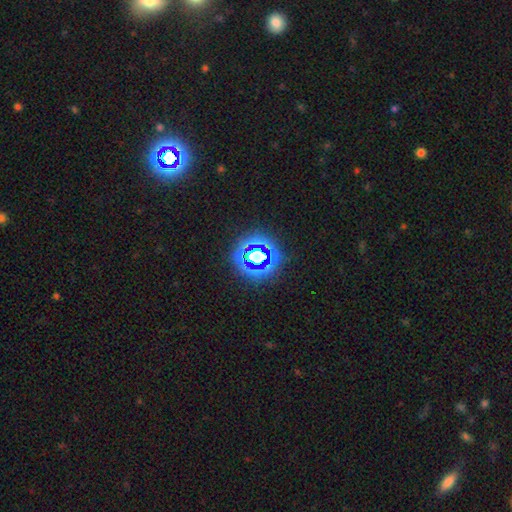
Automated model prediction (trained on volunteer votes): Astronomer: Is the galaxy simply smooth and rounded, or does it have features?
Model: star or artifact — 65%.